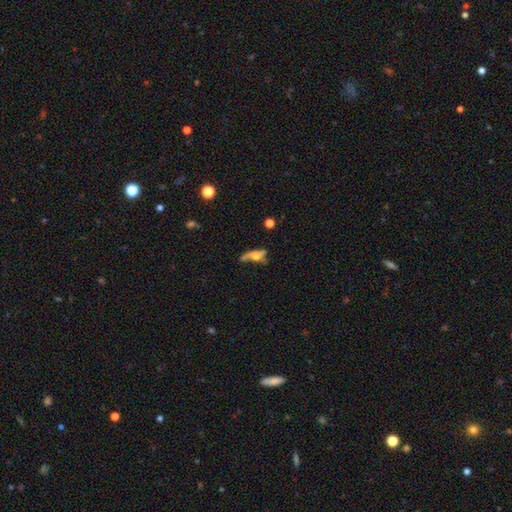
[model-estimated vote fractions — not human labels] Smooth or featured? featured or disk (48%)
Merging? none (35%)